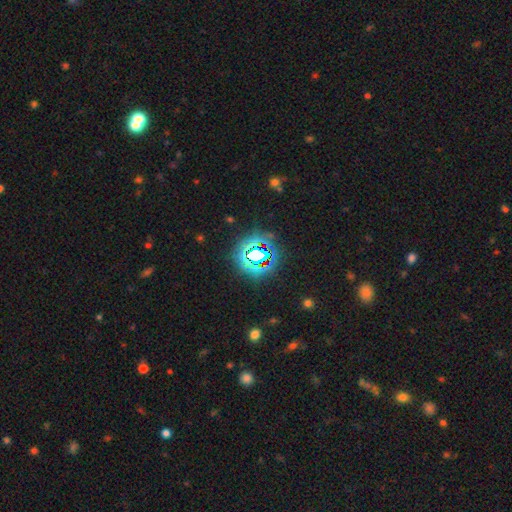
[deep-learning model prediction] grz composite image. It shows a star or artifact, not a galaxy (73%).